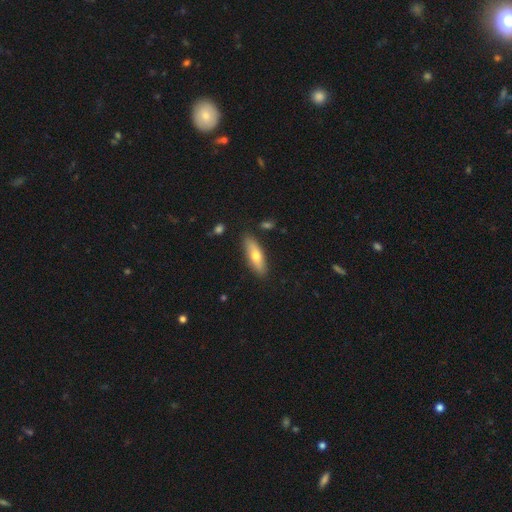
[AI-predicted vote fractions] smooth 62%, featured or disk 32%, star or artifact 6%. Down the decision tree: how rounded — in between (49%, tied with cigar-shaped); merging — none (85%).